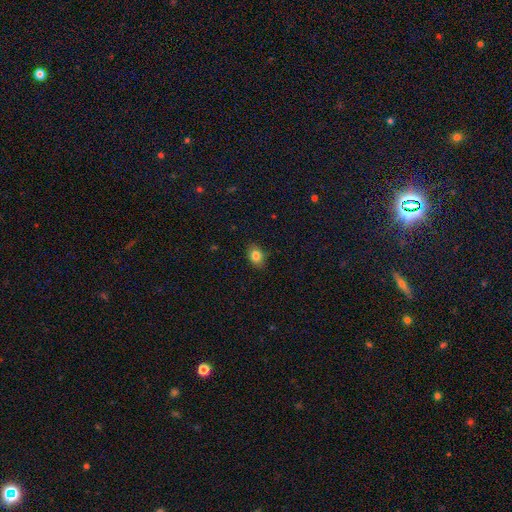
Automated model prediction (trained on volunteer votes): smooth-or-featured: smooth: 83% | star or artifact: 10% | featured or disk: 7%
  how-rounded: in between: 71% | round: 27% | cigar-shaped: 1%
  merging: none: 86% | minor disturbance: 11% | major disturbance: 2% | merger: 1%